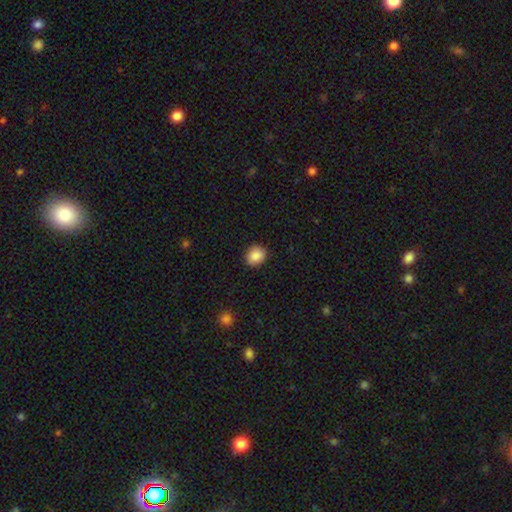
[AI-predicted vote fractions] smooth-or-featured: smooth: 88% | star or artifact: 8% | featured or disk: 3%
  how-rounded: round: 66% | in between: 33% | cigar-shaped: 1%
  merging: none: 89% | minor disturbance: 8% | major disturbance: 2% | merger: 1%